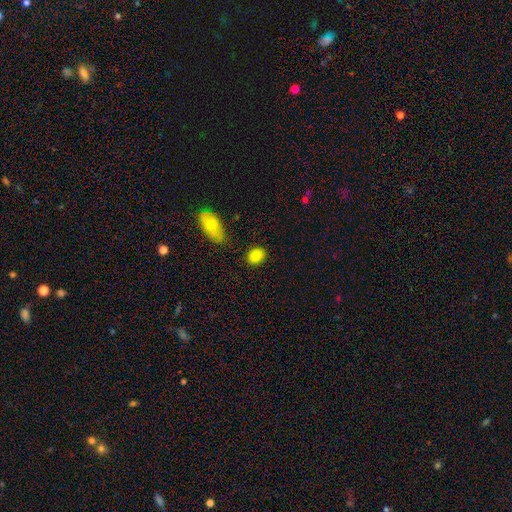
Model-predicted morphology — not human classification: Q: Smooth or featured?
A: smooth (86%); runner-up: star or artifact (9%)
Q: How rounded?
A: in between (62%); runner-up: round (37%)
Q: Merging?
A: none (83%); runner-up: minor disturbance (11%)